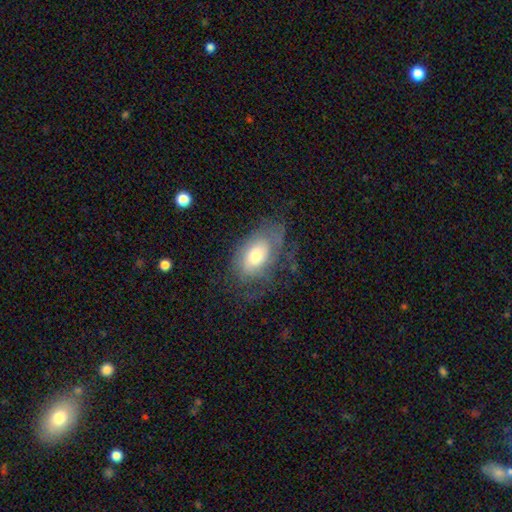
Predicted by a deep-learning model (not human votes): Overall: smooth (54%; featured or disk 39%). How rounded: in between (90%). Merging: none (52%; minor disturbance 26%).